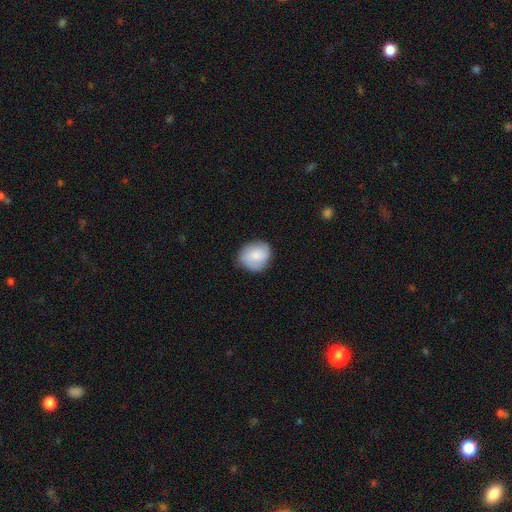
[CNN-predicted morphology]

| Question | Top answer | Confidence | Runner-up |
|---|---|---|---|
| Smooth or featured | smooth | 80% | featured or disk (14%) |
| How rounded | round | 70% | in between (29%) |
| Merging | none | 75% | minor disturbance (20%) |